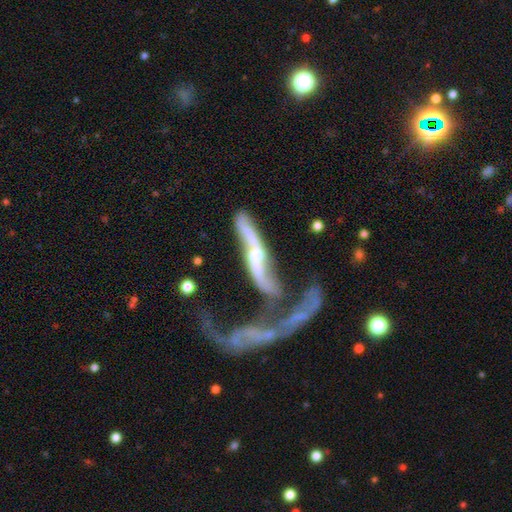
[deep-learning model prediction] Morphology: type=featured or disk (78%); edge-on=no (59%); merging=merger (55%).